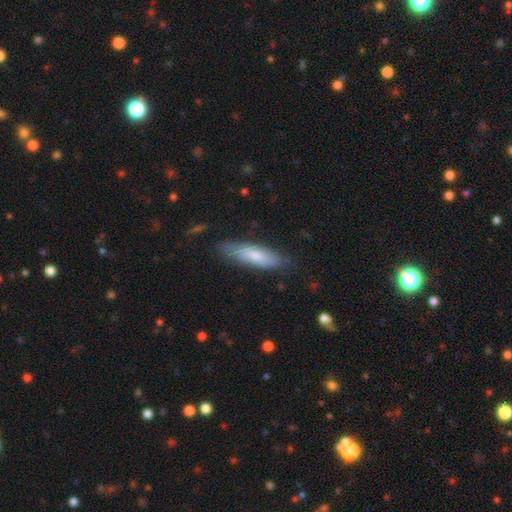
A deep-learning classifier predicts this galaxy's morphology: This is likely a smooth galaxy (73%). How rounded: possibly cigar-shaped (59%). Merging: likely none (76%).